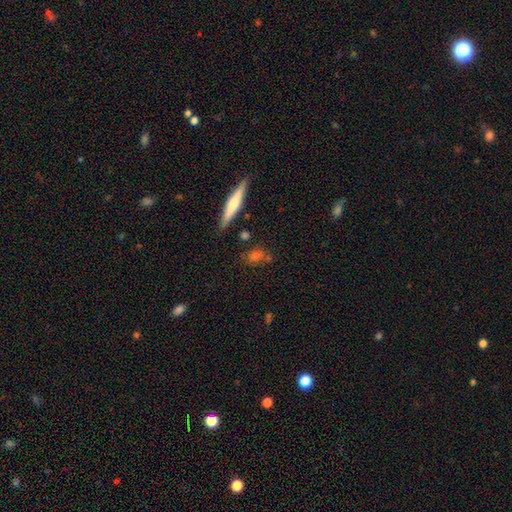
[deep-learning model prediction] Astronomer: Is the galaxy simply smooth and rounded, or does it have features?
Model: smooth — 58%.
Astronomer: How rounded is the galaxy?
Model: in between — 46% (runner-up: cigar-shaped, 34%).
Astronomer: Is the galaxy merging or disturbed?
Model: none — 74%.